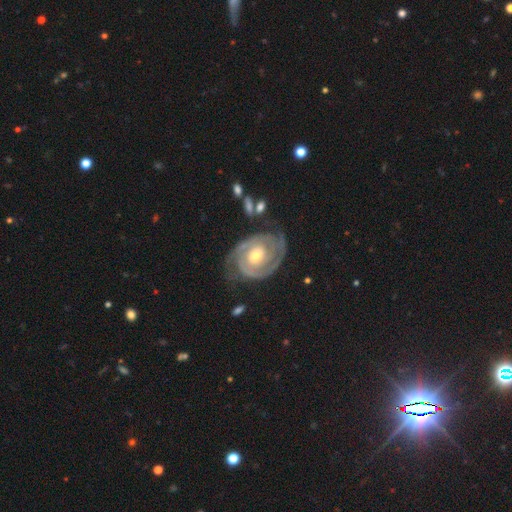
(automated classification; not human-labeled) A featured or disk galaxy (90%) with no bar (59%), 2 (76%) tight (74%) spiral arms (97%) and a moderate central bulge (62%). Merging: none (73%).